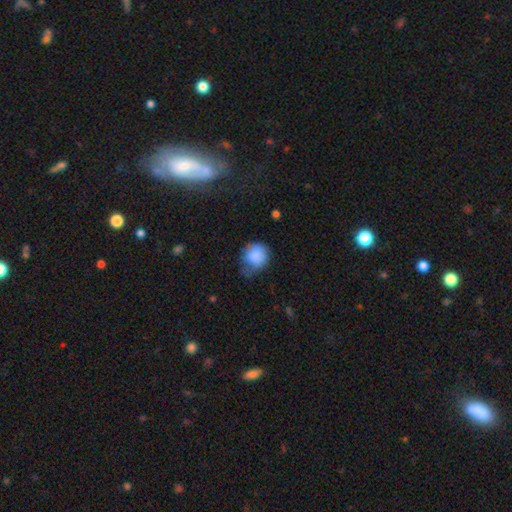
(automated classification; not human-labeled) smooth_or_featured: smooth (p=0.85) [alt: star or artifact p=0.08]
how_rounded: round (p=0.73) [alt: in between p=0.26]
merging: minor disturbance (p=0.41) [alt: none p=0.37]